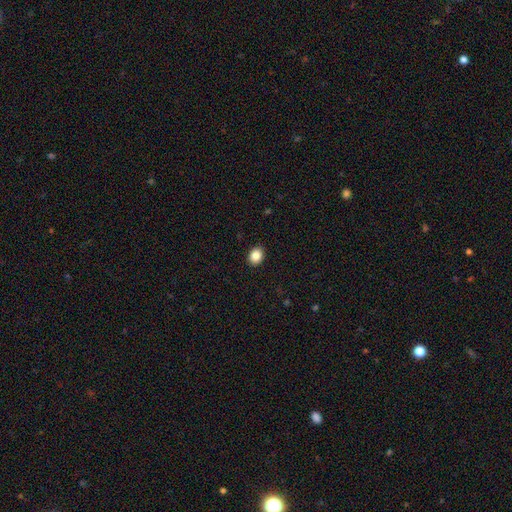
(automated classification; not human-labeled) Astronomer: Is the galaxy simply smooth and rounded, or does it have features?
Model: smooth — 86%.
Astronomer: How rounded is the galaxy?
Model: in between — 54% (runner-up: round, 45%).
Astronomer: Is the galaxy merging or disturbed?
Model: none — 91%.